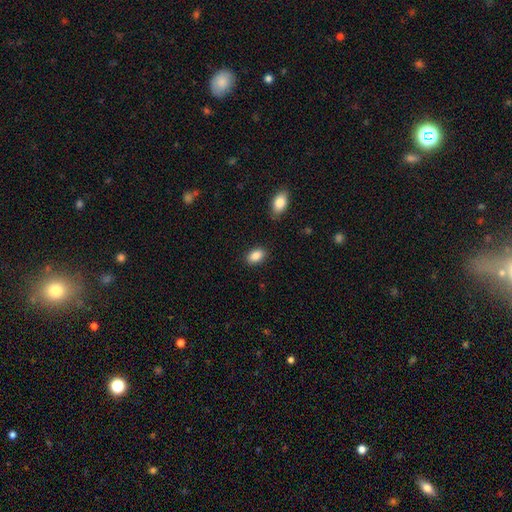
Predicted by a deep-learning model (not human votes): Smooth or featured? smooth (88%)
How rounded? in between (88%)
Merging? none (86%)